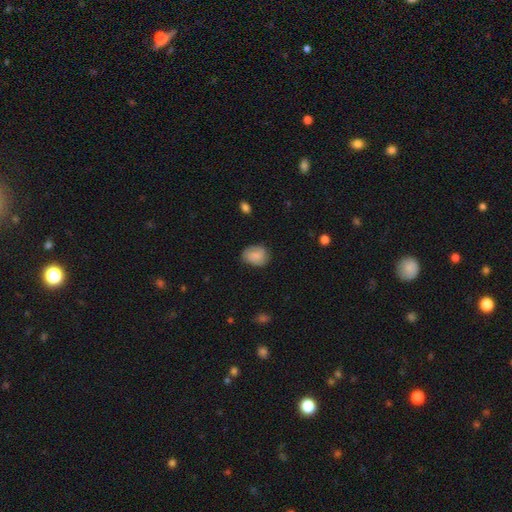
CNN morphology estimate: Smooth or featured? Predicted: smooth (p=0.69). How rounded? Predicted: in between (p=0.55). Merging? Predicted: none (p=0.70).